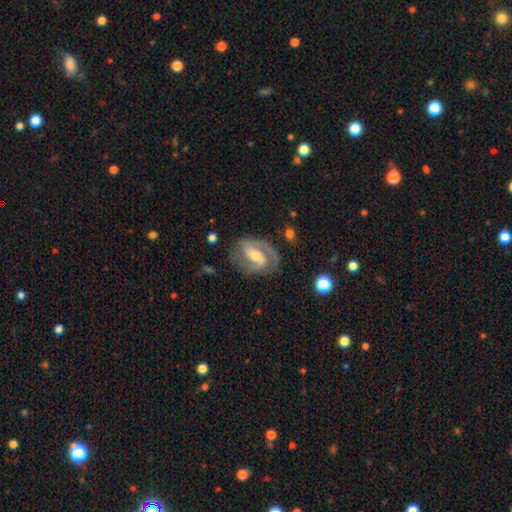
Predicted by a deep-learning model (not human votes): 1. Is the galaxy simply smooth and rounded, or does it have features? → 84% featured or disk, 10% smooth, 5% star or artifact.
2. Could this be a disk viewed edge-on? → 96% no, 4% yes.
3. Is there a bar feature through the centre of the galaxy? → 41% strong, 40% weak, 19% no.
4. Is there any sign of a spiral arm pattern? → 94% yes, 6% no.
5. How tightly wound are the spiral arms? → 48% medium, 36% tight, 16% loose.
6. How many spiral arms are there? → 81% 2, 8% 1, 6% can't tell, 3% 3, 1% 4, 1% more than 4.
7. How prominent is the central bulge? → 52% moderate, 38% small, 6% large, 3% none, 1% dominant.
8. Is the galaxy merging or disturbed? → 73% none, 17% minor disturbance, 9% major disturbance, 2% merger.